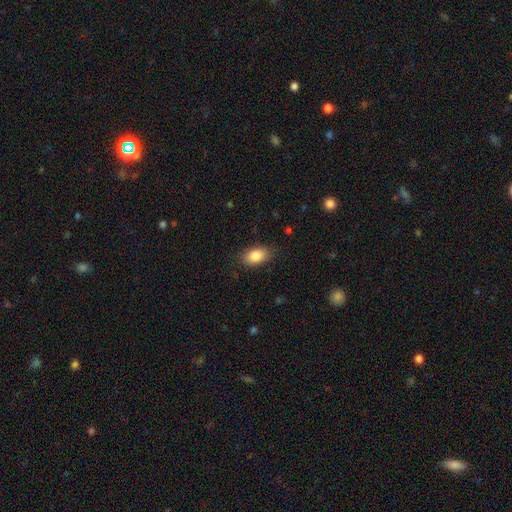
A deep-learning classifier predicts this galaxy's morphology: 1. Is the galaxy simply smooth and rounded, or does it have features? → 85% smooth, 8% star or artifact, 7% featured or disk.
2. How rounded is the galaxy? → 90% in between, 8% round, 2% cigar-shaped.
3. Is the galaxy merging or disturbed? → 84% none, 12% minor disturbance, 3% major disturbance, 1% merger.